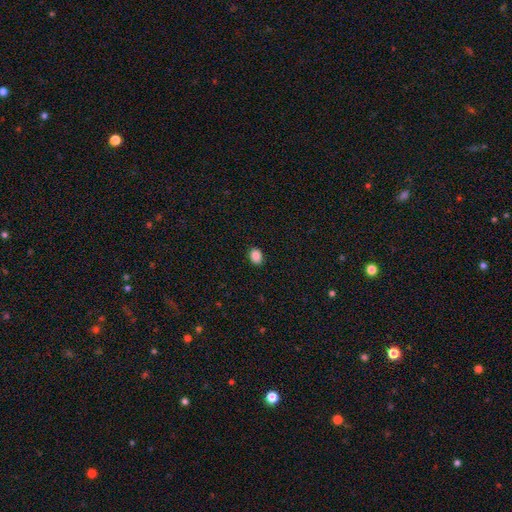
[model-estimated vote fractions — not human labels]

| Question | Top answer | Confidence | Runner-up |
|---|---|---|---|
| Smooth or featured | smooth | 87% | star or artifact (9%) |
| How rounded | in between | 64% | round (35%) |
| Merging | none | 90% | minor disturbance (7%) |